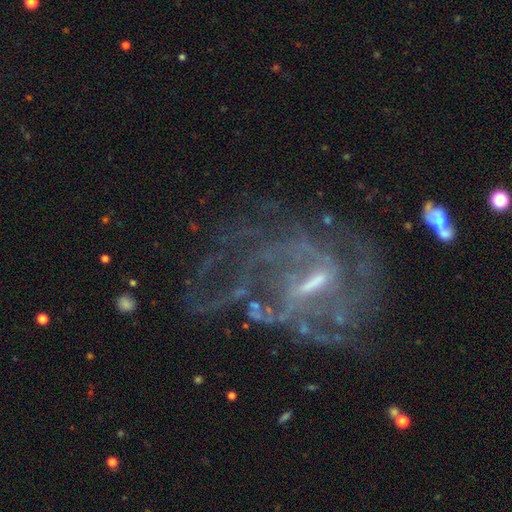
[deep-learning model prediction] smooth_or_featured: featured or disk (p=0.83) [alt: star or artifact p=0.11]
disk_edge_on: no (p=0.96) [alt: yes p=0.04]
bar: weak (p=0.51) [alt: strong p=0.32]
has_spiral_arms: yes (p=0.86) [alt: no p=0.14]
spiral_winding: tight (p=0.41) [alt: medium p=0.40]
spiral_arm_count: can't tell (p=0.45) [alt: 2 p=0.17]
bulge_size: small (p=0.51) [alt: moderate p=0.29]
merging: none (p=0.51) [alt: major disturbance p=0.27]